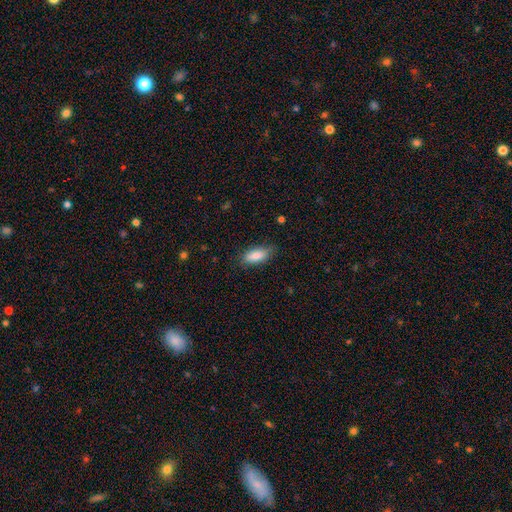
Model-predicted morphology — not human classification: Overall: smooth (84%). How rounded: in between (79%). Merging: none (78%).